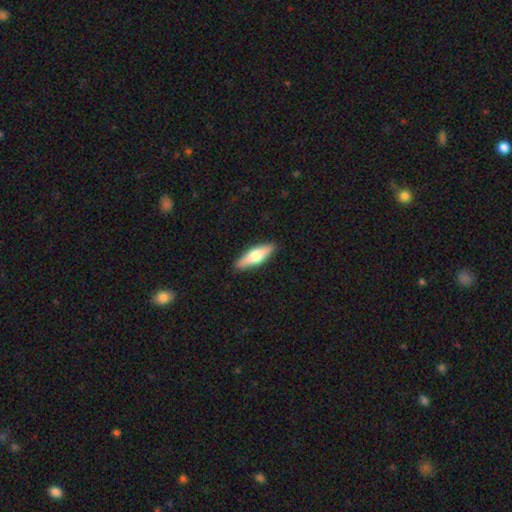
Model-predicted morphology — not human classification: This is possibly a smooth galaxy (57%). How rounded: possibly cigar-shaped (49%). Merging: clearly none (89%).